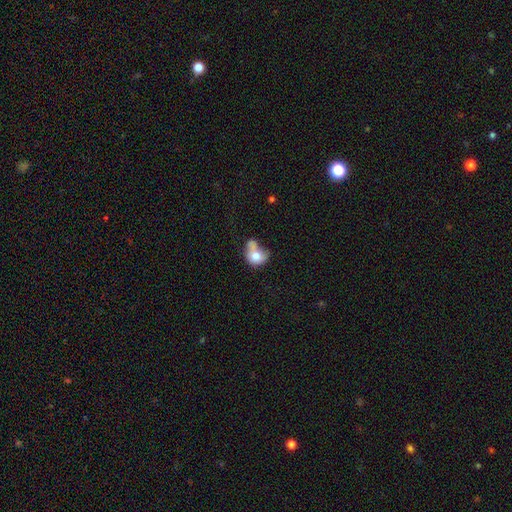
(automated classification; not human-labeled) Morphology: type=smooth (71%); roundness=round (51%); merging=merger (45%).